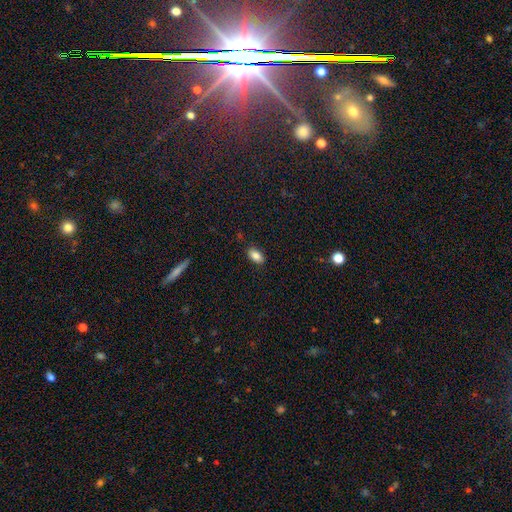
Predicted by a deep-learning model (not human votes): Morphology: type=smooth (85%); roundness=in between (91%); merging=none (86%).